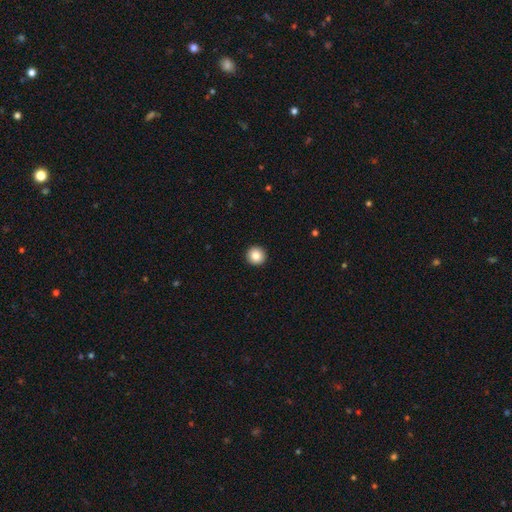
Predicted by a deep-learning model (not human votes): This appears to be a smooth galaxy with no disk features (85%) that is round (96%). Merging: none (94%).